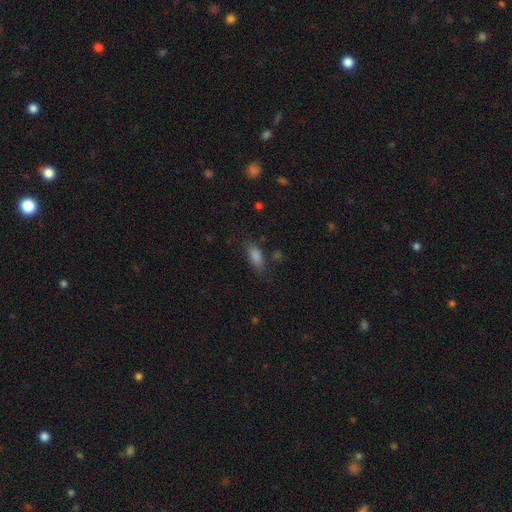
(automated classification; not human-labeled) Q: Smooth or featured?
A: smooth (81%); runner-up: star or artifact (10%)
Q: How rounded?
A: in between (74%); runner-up: cigar-shaped (23%)
Q: Merging?
A: none (74%); runner-up: minor disturbance (18%)